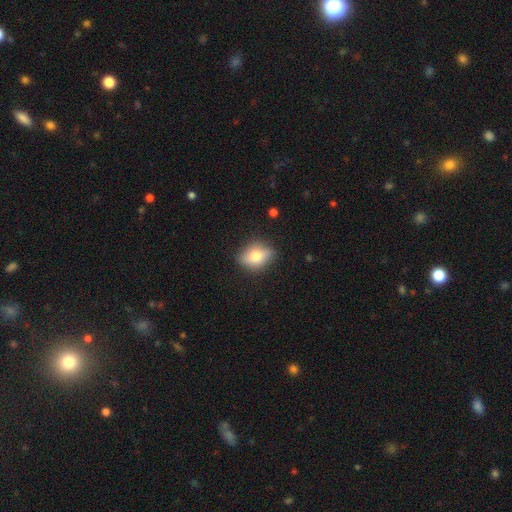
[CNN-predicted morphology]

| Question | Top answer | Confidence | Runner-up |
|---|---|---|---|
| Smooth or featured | smooth | 69% | featured or disk (23%) |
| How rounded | in between | 64% | round (33%) |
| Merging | none | 80% | minor disturbance (16%) |